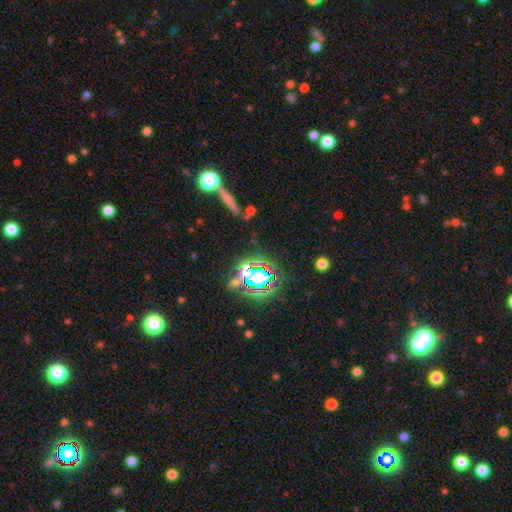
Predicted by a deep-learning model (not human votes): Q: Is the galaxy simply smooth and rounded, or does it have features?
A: star or artifact — 64%.